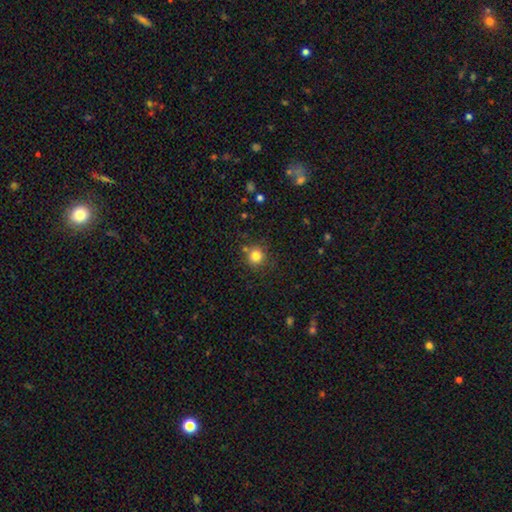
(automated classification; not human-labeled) Morphology: type=smooth (81%); roundness=round (92%); merging=none (79%).